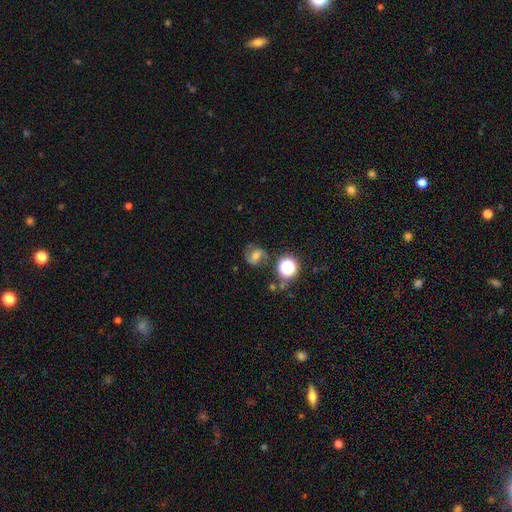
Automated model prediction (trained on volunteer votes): A featured or disk galaxy (57%) with a weak bar (46%), spiral arms (88%) and a moderate central bulge (47%). Merging: none (73%).